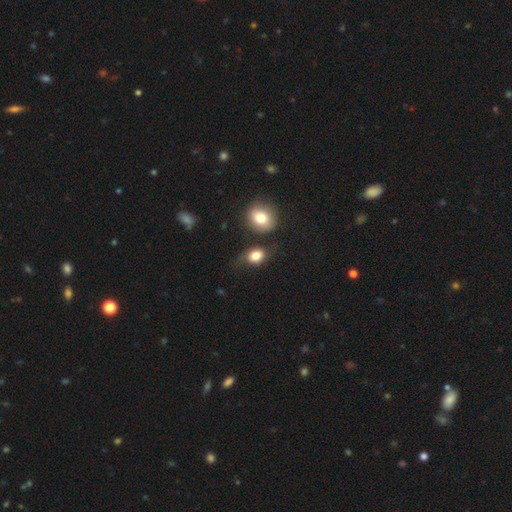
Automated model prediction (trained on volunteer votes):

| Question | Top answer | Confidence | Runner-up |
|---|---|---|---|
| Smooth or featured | smooth | 82% | featured or disk (9%) |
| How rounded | in between | 55% | round (43%) |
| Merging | none | 55% | minor disturbance (23%) |